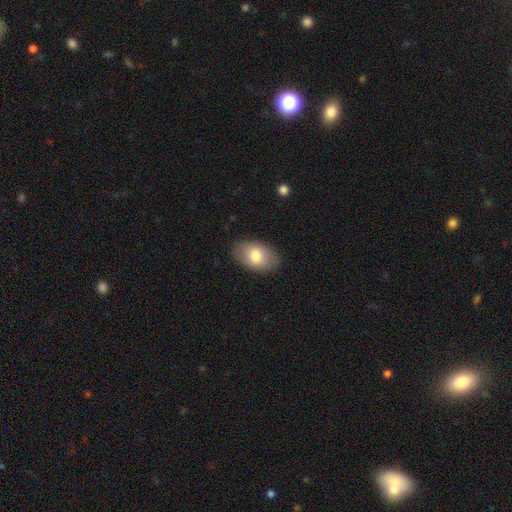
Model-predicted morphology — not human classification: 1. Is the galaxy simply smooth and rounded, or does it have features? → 78% smooth, 15% featured or disk, 6% star or artifact.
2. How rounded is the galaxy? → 91% in between, 8% round, 1% cigar-shaped.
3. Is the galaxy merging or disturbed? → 86% none, 11% minor disturbance, 3% major disturbance, 1% merger.